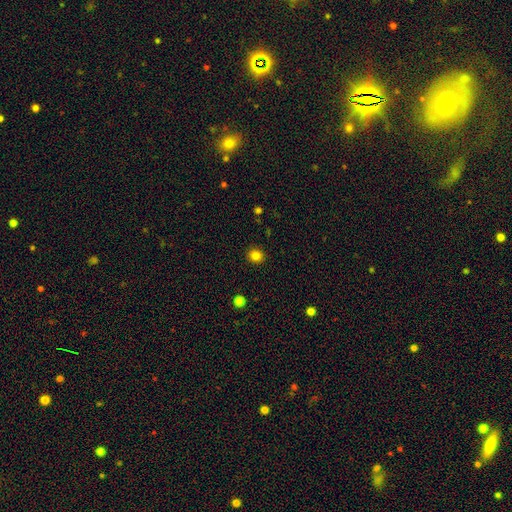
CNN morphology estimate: This is clearly a smooth galaxy (83%). How rounded: clearly round (86%). Merging: clearly none (91%).